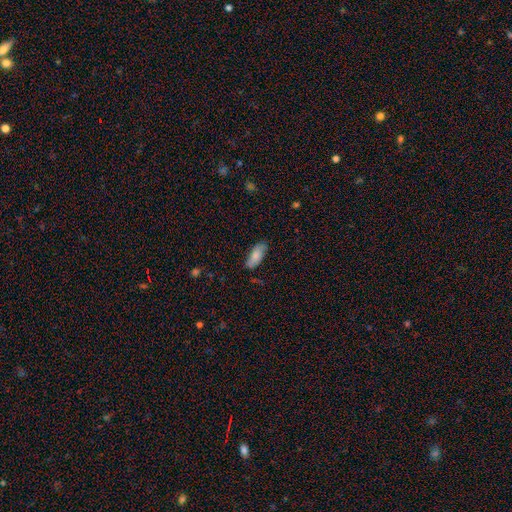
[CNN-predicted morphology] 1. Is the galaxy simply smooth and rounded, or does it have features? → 77% smooth, 17% featured or disk, 6% star or artifact.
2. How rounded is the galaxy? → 78% in between, 20% cigar-shaped, 2% round.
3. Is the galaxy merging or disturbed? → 77% none, 18% minor disturbance, 4% major disturbance, 1% merger.